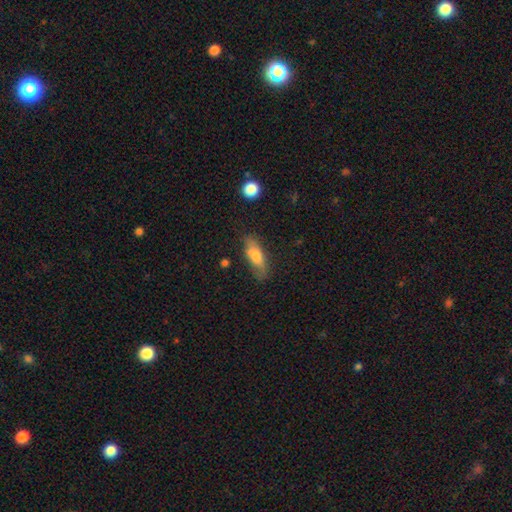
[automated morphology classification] smooth 66%, featured or disk 27%, star or artifact 7%. Down the decision tree: how rounded — in between (58%); merging — none (67%).